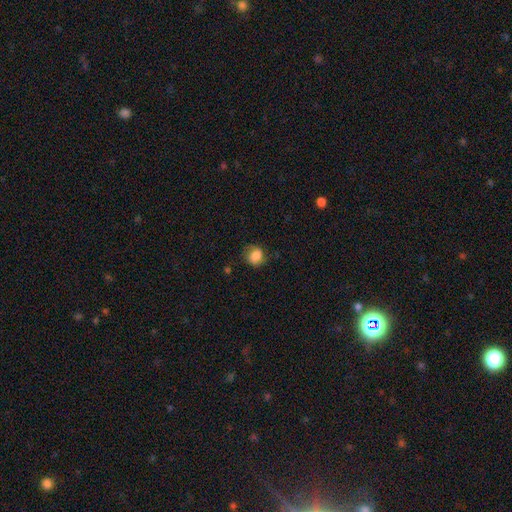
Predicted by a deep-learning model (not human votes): This appears to be a smooth galaxy with no disk features (81%) that is round (71%). Merging: none (69%).